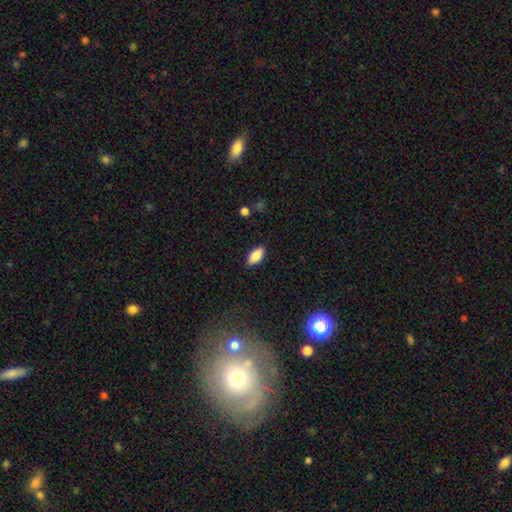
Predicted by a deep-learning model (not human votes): Smooth or featured: smooth — 86% (featured or disk — 7%)
How rounded: in between — 89% (cigar-shaped — 9%)
Merging: none — 87% (minor disturbance — 10%)